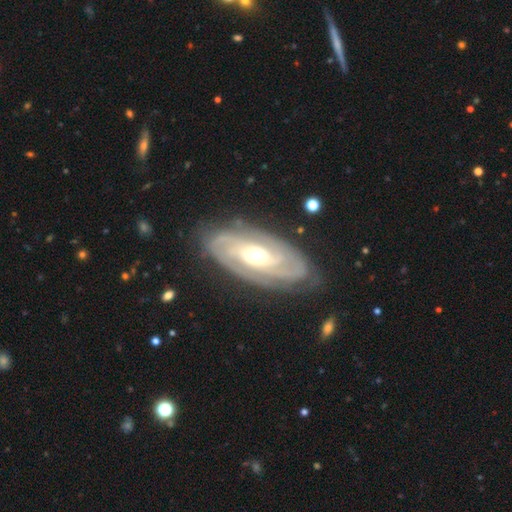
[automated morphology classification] smooth-or-featured: featured or disk: 88% | smooth: 7% | star or artifact: 5%
  disk-edge-on: no: 93% | yes: 7%
    bar: no: 52% | weak: 32% | strong: 16%
    has-spiral-arms: yes: 96% | no: 4%
      spiral-winding: tight: 73% | medium: 23% | loose: 4%
      spiral-arm-count: 2: 30% | 3: 26% | can't tell: 23% | 4: 11% | more than 4: 5% | 1: 5%
    bulge-size: moderate: 72% | small: 15% | large: 11% | dominant: 1% | none: 1%
  merging: none: 81% | minor disturbance: 14% | major disturbance: 4% | merger: 1%